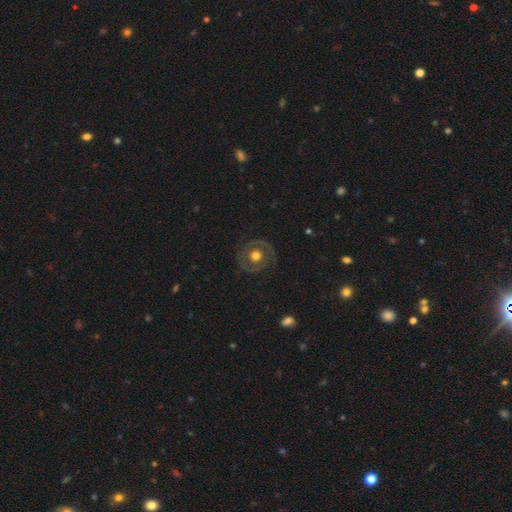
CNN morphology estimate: Smooth or featured? Predicted: featured or disk (p=0.55). Edge-on disk? Predicted: no (p=0.96). Bar? Predicted: no (p=0.85). Spiral arms? Predicted: no (p=0.72). Bulge size? Predicted: moderate (p=0.58). Merging? Predicted: none (p=0.82).